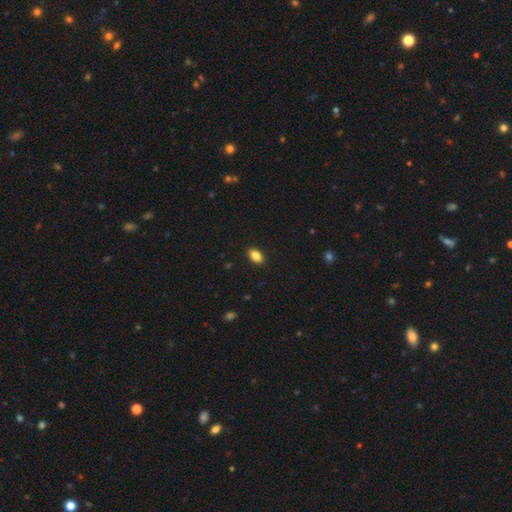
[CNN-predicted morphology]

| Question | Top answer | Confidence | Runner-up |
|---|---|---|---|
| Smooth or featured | smooth | 86% | star or artifact (9%) |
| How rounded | in between | 88% | round (11%) |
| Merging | none | 90% | minor disturbance (7%) |